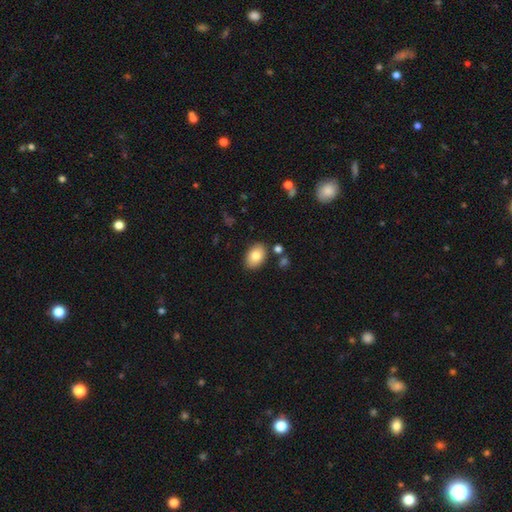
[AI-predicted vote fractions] The model was most divided on "smooth or featured": smooth: 82%, featured or disk: 10%, star or artifact: 7%. More confident: how rounded — in between (86%); merging — none (84%).